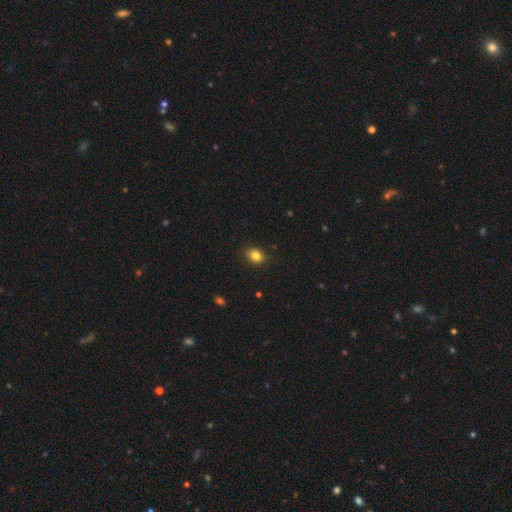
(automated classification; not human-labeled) A smooth galaxy with no disk features (84%) that is in between round and cigar-shaped (60%). Merging: none (86%).